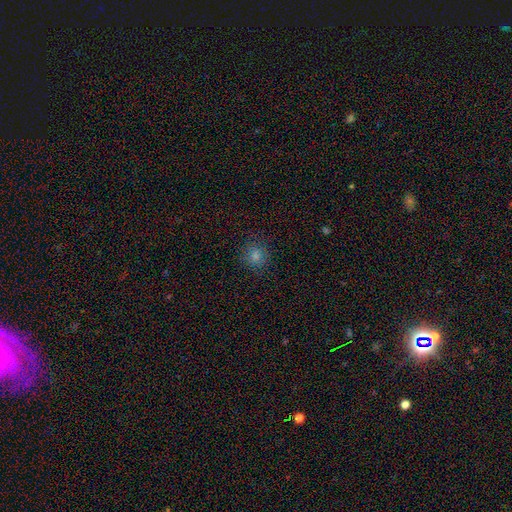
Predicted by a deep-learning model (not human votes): A smooth galaxy with no disk features (80%) that is round (81%).

Vote fractions:
- Smooth or featured? smooth: 80% / star or artifact: 14% / featured or disk: 5%
- How rounded? round: 81% / in between: 18% / cigar-shaped: 1%
- Merging? none: 86% / minor disturbance: 10% / major disturbance: 3% / merger: 1%